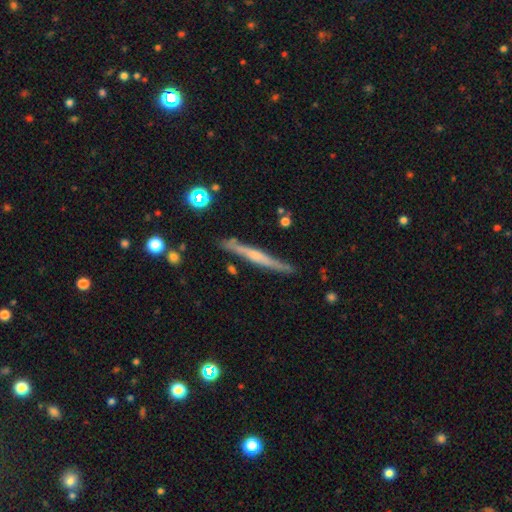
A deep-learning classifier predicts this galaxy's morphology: Q: Smooth or featured?
A: featured or disk (61%); runner-up: smooth (32%)
Q: Edge-on disk?
A: yes (95%); runner-up: no (5%)
Q: Edge-on bulge?
A: none (45%); runner-up: rounded (39%)
Q: Merging?
A: none (84%); runner-up: minor disturbance (12%)